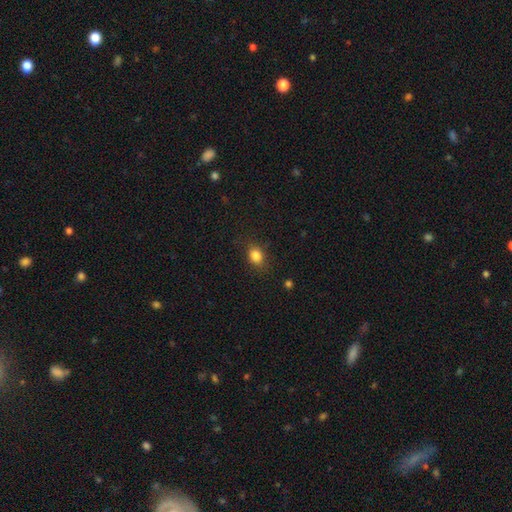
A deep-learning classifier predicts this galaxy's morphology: Q: Smooth or featured?
A: smooth (84%); runner-up: star or artifact (10%)
Q: How rounded?
A: in between (61%); runner-up: round (38%)
Q: Merging?
A: none (82%); runner-up: minor disturbance (13%)